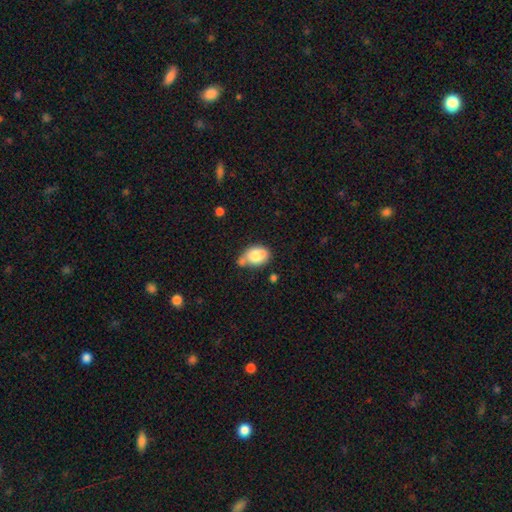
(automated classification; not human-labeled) Smooth or featured?
  - smooth: 75% *
  - featured or disk: 17%
  - star or artifact: 8%
How rounded?
  - in between: 74% *
  - round: 25%
  - cigar-shaped: 2%
Merging?
  - none: 38% *
  - minor disturbance: 28%
  - merger: 26%
  - major disturbance: 9%